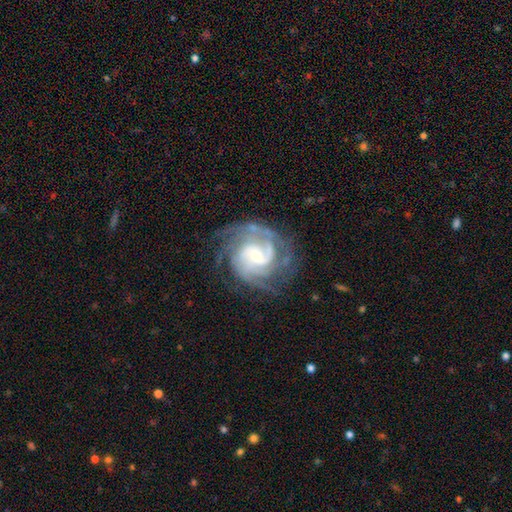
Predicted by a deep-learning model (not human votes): smooth-or-featured: featured or disk: 91% | star or artifact: 5% | smooth: 5%
  disk-edge-on: no: 98% | yes: 2%
    bar: weak: 47% | no: 39% | strong: 14%
    has-spiral-arms: yes: 98% | no: 2%
      spiral-winding: tight: 56% | medium: 37% | loose: 7%
      spiral-arm-count: 2: 29% | 3: 28% | can't tell: 19% | 4: 11% | more than 4: 6% | 1: 6%
    bulge-size: small: 53% | moderate: 38% | large: 5% | none: 3% | dominant: 1%
  merging: none: 72% | minor disturbance: 17% | major disturbance: 10% | merger: 1%